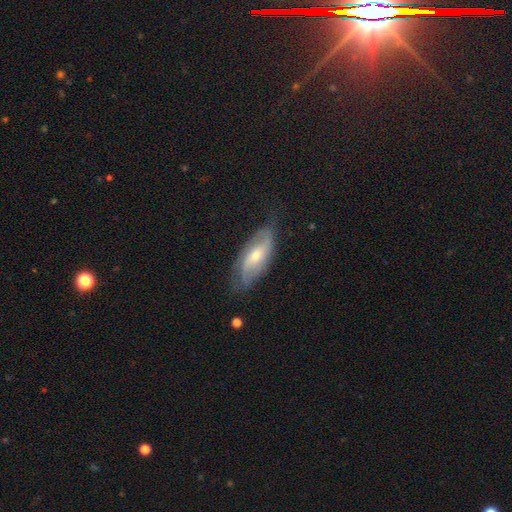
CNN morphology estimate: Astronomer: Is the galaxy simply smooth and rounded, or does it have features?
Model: featured or disk — 66%.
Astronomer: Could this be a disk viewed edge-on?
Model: no — 85%.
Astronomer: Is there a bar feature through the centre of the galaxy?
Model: weak — 43% (runner-up: no, 39%).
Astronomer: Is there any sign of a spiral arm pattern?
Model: yes — 86%.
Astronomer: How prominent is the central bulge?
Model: moderate — 48% (runner-up: small, 46%).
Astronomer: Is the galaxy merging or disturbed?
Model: none — 69%.